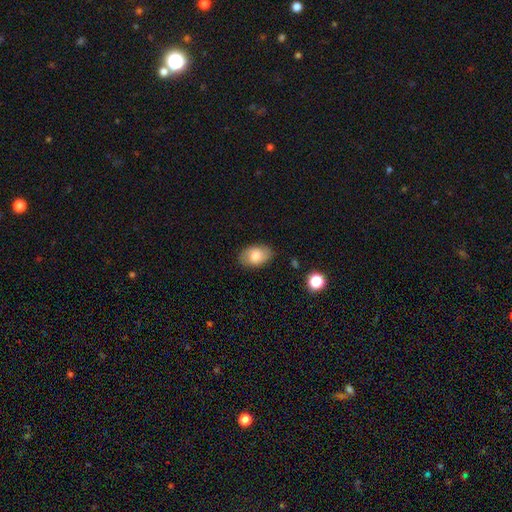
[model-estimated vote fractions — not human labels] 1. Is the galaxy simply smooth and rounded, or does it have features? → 77% smooth, 16% featured or disk, 7% star or artifact.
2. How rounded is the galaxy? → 89% in between, 10% round, 1% cigar-shaped.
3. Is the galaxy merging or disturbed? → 82% none, 13% minor disturbance, 3% major disturbance, 1% merger.